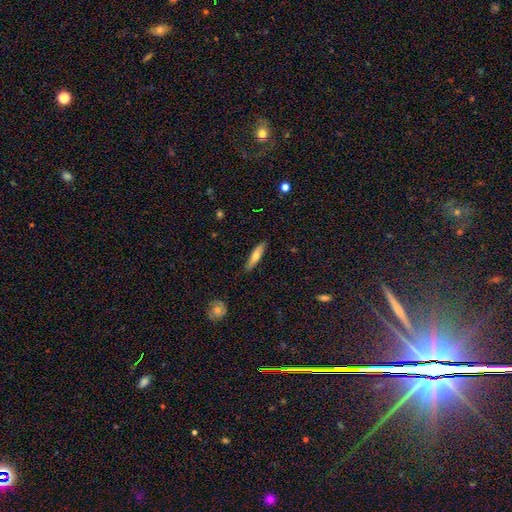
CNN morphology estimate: Q: Smooth or featured?
A: smooth (58%); runner-up: featured or disk (36%)
Q: How rounded?
A: cigar-shaped (80%); runner-up: in between (18%)
Q: Merging?
A: none (87%); runner-up: minor disturbance (10%)